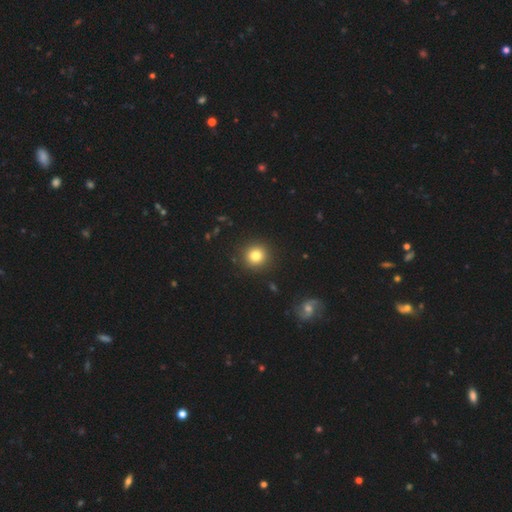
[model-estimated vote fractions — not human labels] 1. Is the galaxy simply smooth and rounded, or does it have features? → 80% smooth, 12% star or artifact, 8% featured or disk.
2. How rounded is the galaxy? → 93% round, 6% in between, 1% cigar-shaped.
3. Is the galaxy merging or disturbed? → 91% none, 5% minor disturbance, 2% major disturbance, 1% merger.